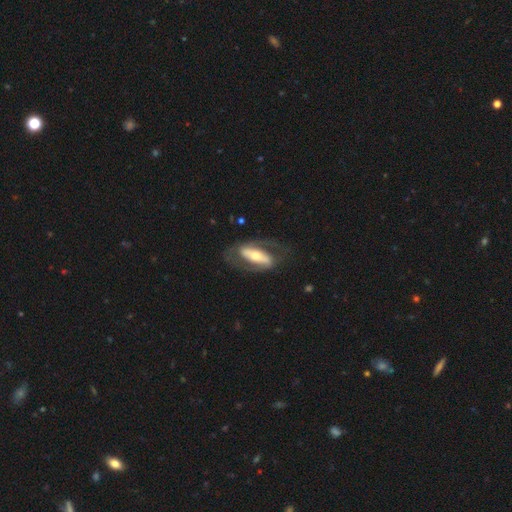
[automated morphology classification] featured or disk 72%, smooth 23%, star or artifact 5%. Down the decision tree: edge-on disk — no (84%); bar — strong (61%); spiral arms — yes (66%); bulge size — moderate (54%); merging — none (68%).